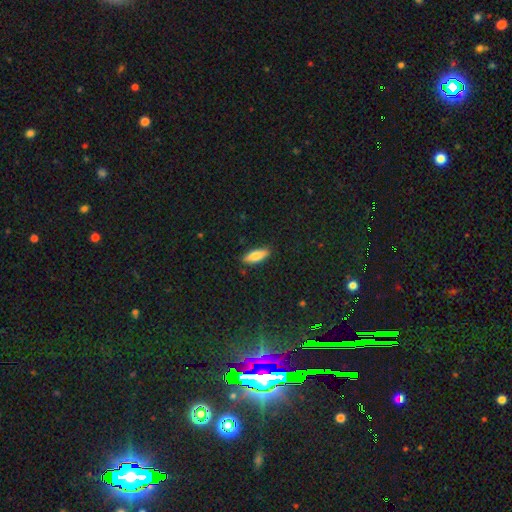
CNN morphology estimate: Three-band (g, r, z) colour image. It shows a smooth galaxy with no disk features (76%) that is in between round and cigar-shaped (60%). Merging: none (87%).